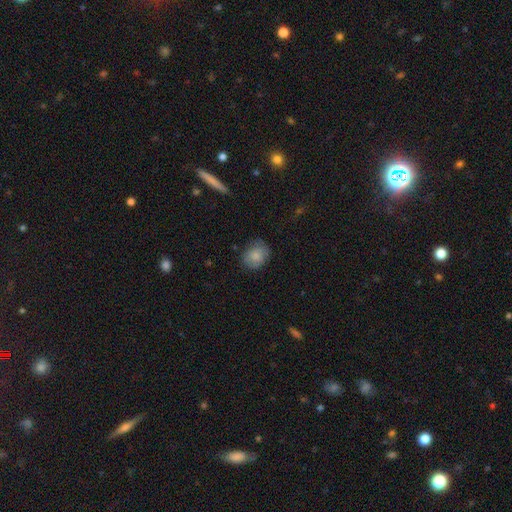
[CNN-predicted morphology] Q: Smooth or featured?
A: smooth (81%); runner-up: featured or disk (11%)
Q: How rounded?
A: round (62%); runner-up: in between (37%)
Q: Merging?
A: none (72%); runner-up: minor disturbance (22%)